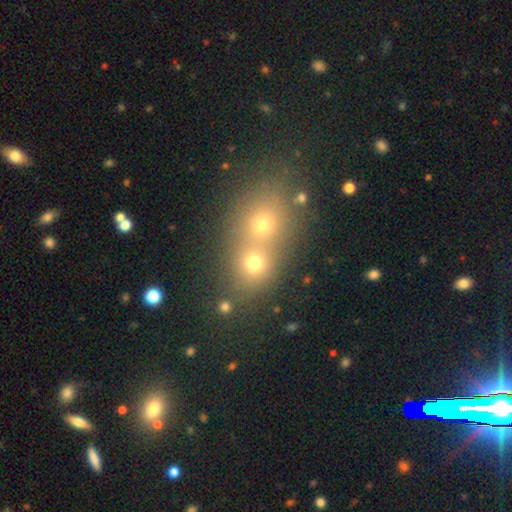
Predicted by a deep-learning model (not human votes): This appears to be a smooth galaxy with no disk features (58%) that is round (65%). Merging: merger (58%).